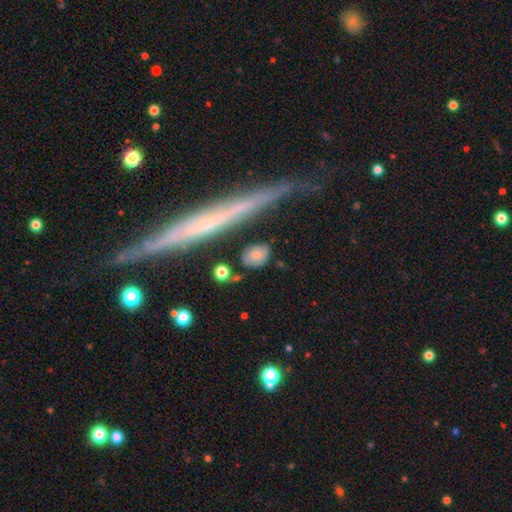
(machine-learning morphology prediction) Smooth or featured: smooth — 72% (featured or disk — 20%)
How rounded: round — 47% (in between — 45%)
Merging: none — 72% (minor disturbance — 17%)